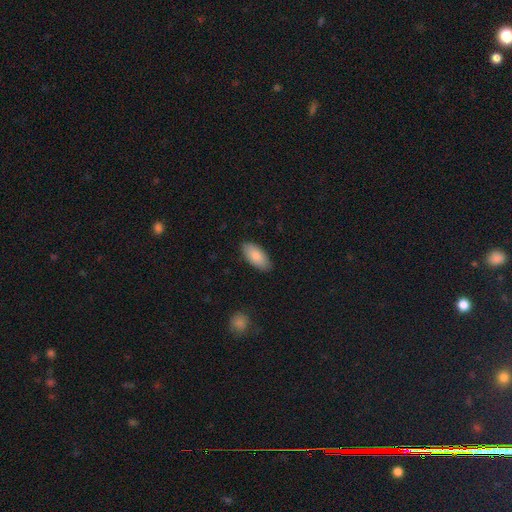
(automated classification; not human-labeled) Smooth or featured? smooth (85%)
How rounded? in between (92%)
Merging? none (87%)